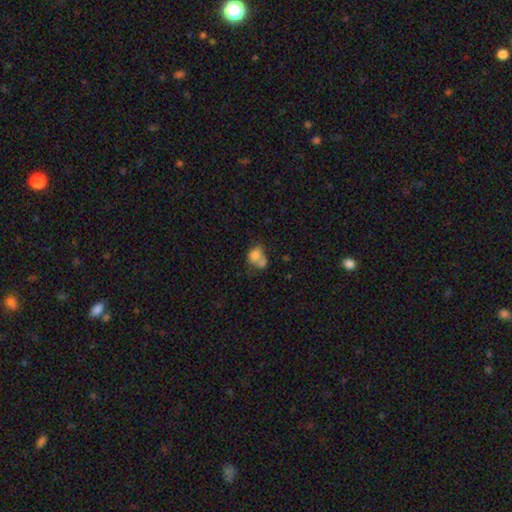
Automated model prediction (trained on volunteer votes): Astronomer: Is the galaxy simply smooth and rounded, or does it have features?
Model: smooth — 74%.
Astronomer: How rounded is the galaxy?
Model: in between — 52% (runner-up: round, 47%).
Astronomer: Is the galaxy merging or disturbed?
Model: merger — 50%.